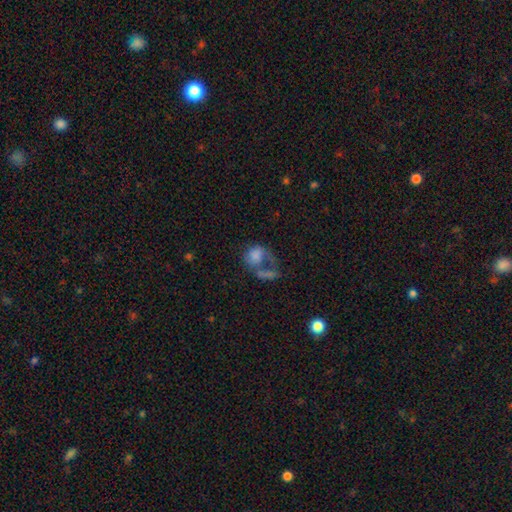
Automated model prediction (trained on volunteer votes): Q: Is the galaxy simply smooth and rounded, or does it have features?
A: smooth — 61%.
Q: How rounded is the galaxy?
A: in between — 52%.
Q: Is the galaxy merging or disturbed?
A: merger — 39%.